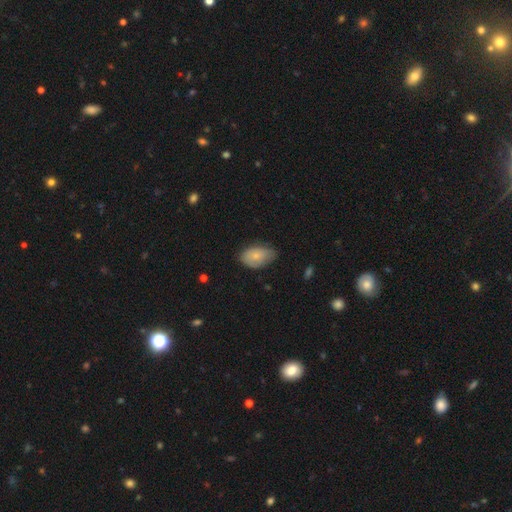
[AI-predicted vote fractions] smooth-or-featured: smooth: 74% | featured or disk: 19% | star or artifact: 6%
  how-rounded: in between: 90% | round: 8% | cigar-shaped: 1%
  merging: none: 57% | minor disturbance: 34% | major disturbance: 7% | merger: 1%